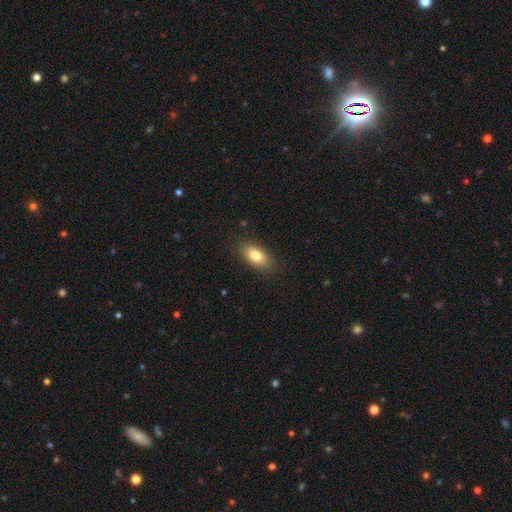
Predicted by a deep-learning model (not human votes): Smooth or featured: smooth — 80% (featured or disk — 12%)
How rounded: in between — 88% (round — 6%)
Merging: none — 86% (minor disturbance — 10%)